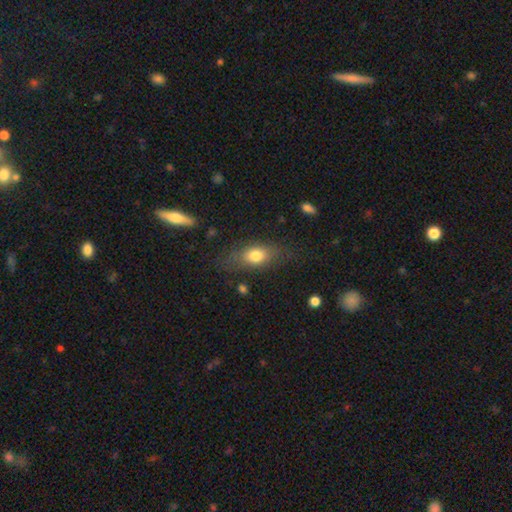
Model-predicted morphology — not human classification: Smooth or featured?
  - smooth: 71% *
  - featured or disk: 20%
  - star or artifact: 8%
How rounded?
  - in between: 76% *
  - cigar-shaped: 14%
  - round: 10%
Merging?
  - none: 72% *
  - minor disturbance: 18%
  - major disturbance: 9%
  - merger: 2%